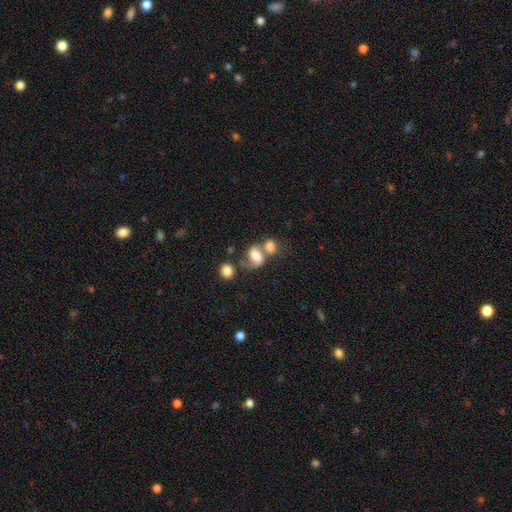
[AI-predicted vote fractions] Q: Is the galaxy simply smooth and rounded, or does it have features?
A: smooth — 51%.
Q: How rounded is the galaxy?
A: in between — 65%.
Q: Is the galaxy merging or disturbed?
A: merger — 57%.